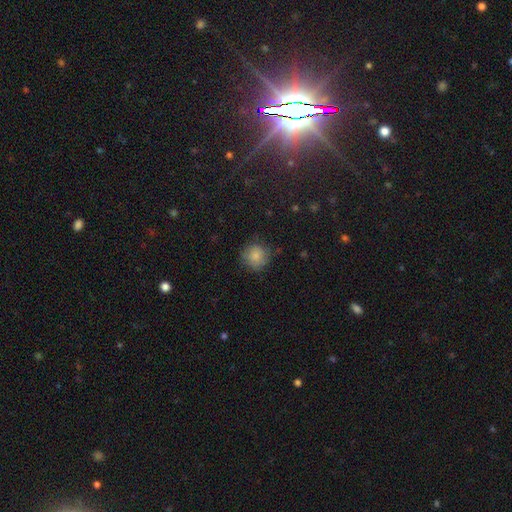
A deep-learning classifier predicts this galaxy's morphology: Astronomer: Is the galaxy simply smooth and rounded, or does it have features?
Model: smooth — 81%.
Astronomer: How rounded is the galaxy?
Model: round — 91%.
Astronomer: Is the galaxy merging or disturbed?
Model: none — 76%.